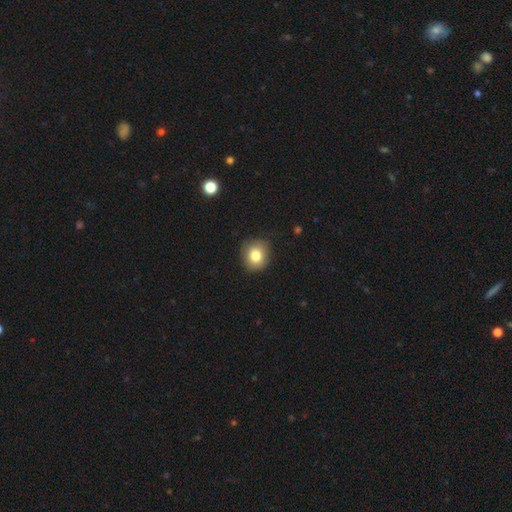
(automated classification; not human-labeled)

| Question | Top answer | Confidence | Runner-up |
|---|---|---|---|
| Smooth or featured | smooth | 81% | star or artifact (10%) |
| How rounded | round | 80% | in between (19%) |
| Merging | none | 82% | minor disturbance (14%) |